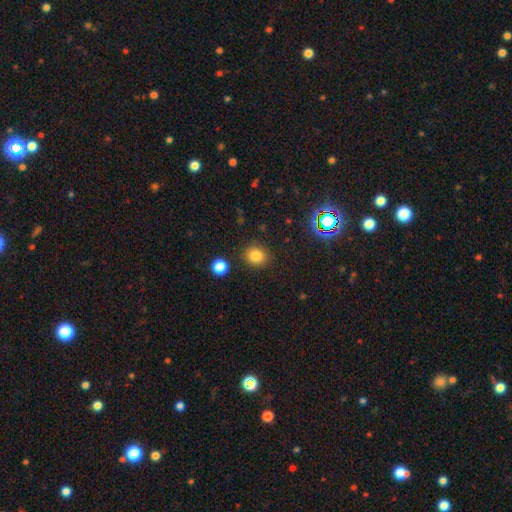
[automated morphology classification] type=smooth (81%); roundness=round (77%); merging=none (87%).